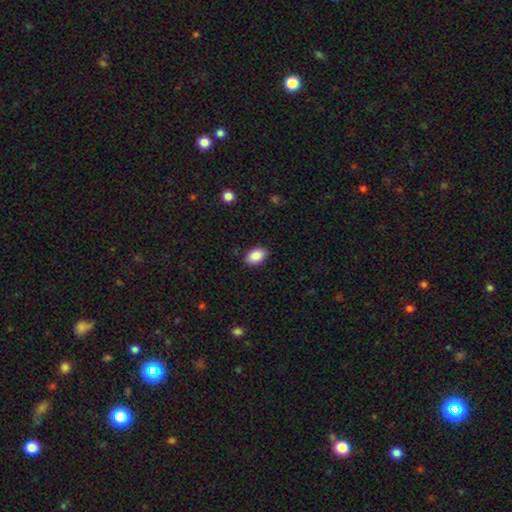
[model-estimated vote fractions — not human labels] Smooth or featured? Predicted: smooth (p=0.88). How rounded? Predicted: in between (p=0.88). Merging? Predicted: none (p=0.88).